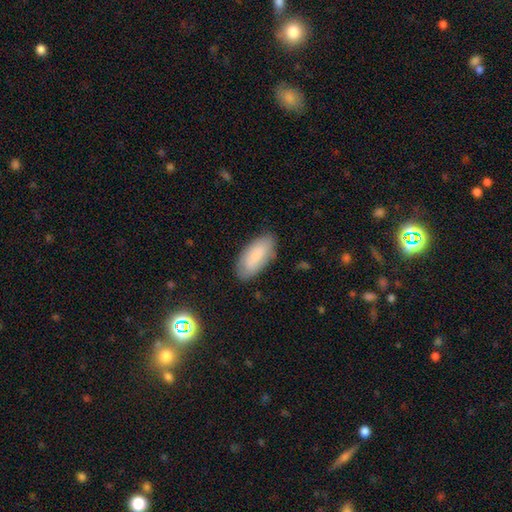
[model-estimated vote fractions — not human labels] Q: Smooth or featured?
A: smooth (81%); runner-up: featured or disk (13%)
Q: How rounded?
A: in between (88%); runner-up: cigar-shaped (10%)
Q: Merging?
A: none (82%); runner-up: minor disturbance (14%)